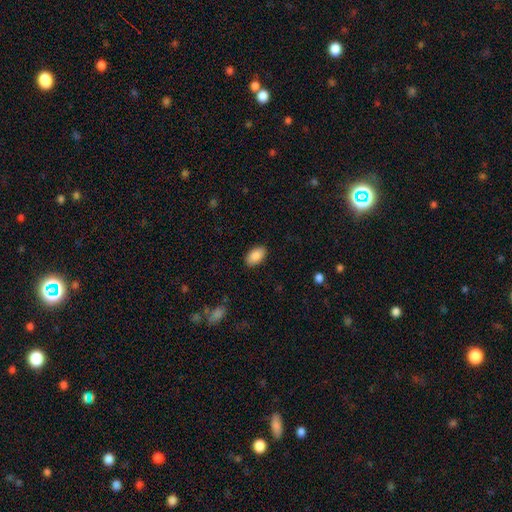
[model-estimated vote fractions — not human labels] This appears to be a smooth galaxy with no disk features (89%) that is in between round and cigar-shaped (94%). Merging: none (88%).